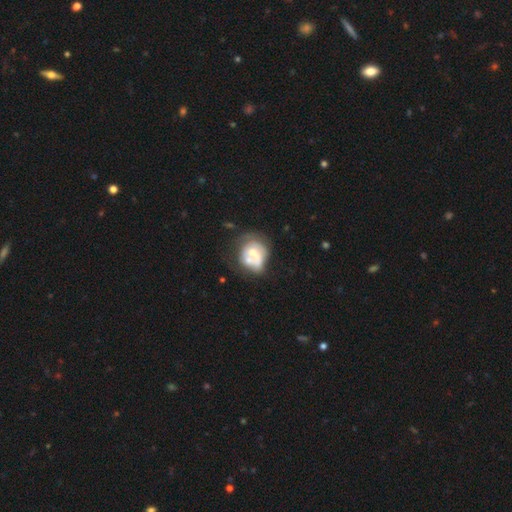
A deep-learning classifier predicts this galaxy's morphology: A featured or disk galaxy (49%).

Vote fractions:
- Smooth or featured? featured or disk: 49% / smooth: 43% / star or artifact: 8%
- Merging? merger: 36% / none: 29% / minor disturbance: 18% / major disturbance: 17%